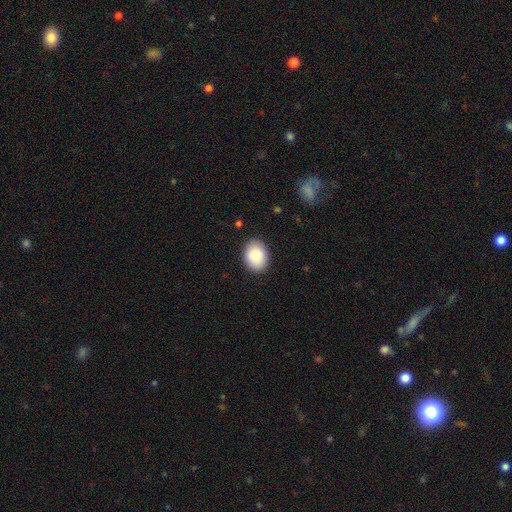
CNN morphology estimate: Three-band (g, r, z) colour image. It shows a smooth galaxy with no disk features (89%) that is in between round and cigar-shaped (63%). Merging: none (87%).